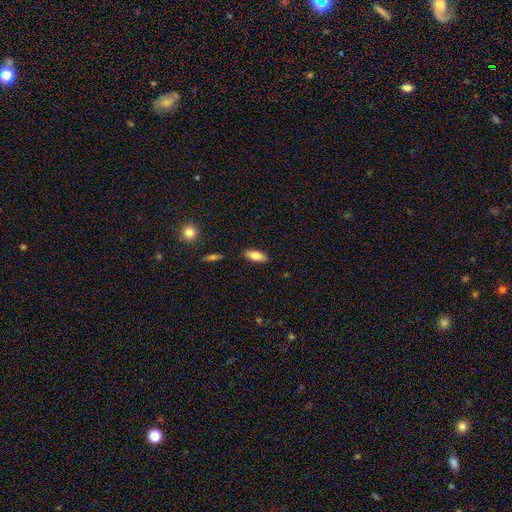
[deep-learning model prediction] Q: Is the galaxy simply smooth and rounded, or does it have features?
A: smooth — 78%.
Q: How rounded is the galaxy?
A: in between — 76%.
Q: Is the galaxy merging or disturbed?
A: none — 87%.